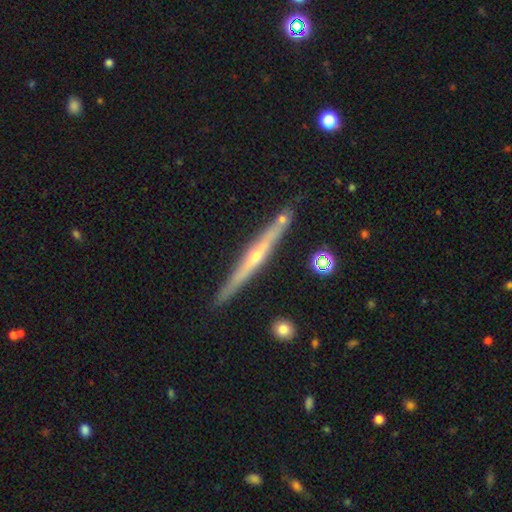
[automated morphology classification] This is clearly a featured or disk galaxy (81%). It is clearly viewed edge-on (98%). Edge-on bulge: likely rounded (76%). Merging: clearly none (87%).